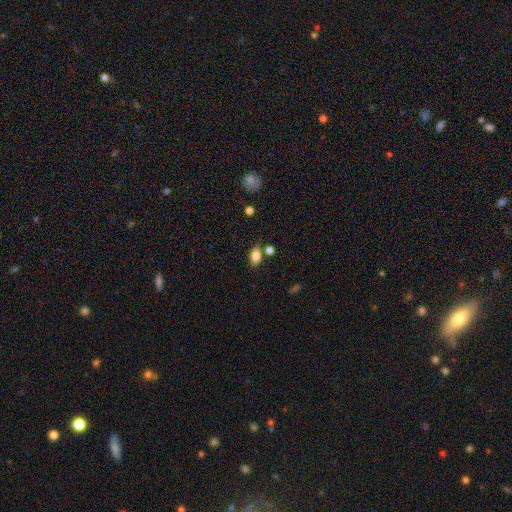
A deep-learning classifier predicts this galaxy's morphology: Q: Smooth or featured?
A: smooth (82%); runner-up: star or artifact (9%)
Q: How rounded?
A: in between (88%); runner-up: round (10%)
Q: Merging?
A: none (77%); runner-up: minor disturbance (12%)